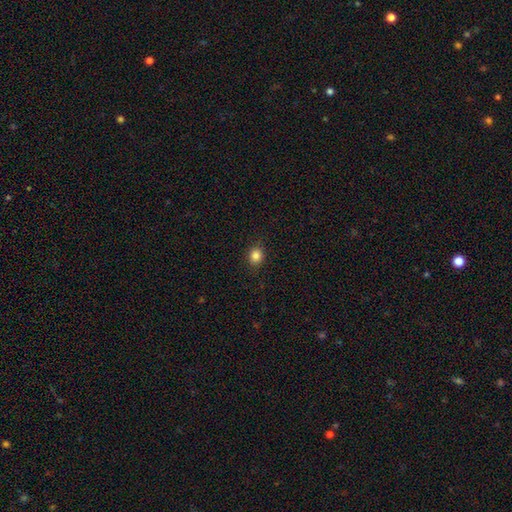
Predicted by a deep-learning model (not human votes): A smooth galaxy with no disk features (84%) that is round (74%). Merging: none (89%).